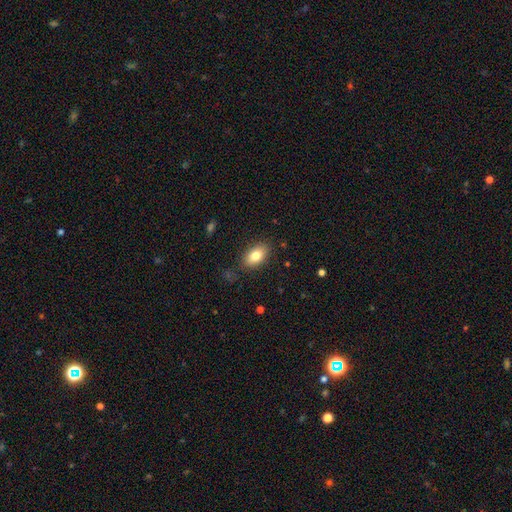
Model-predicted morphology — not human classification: Q: Smooth or featured?
A: smooth (80%); runner-up: featured or disk (12%)
Q: How rounded?
A: in between (91%); runner-up: round (7%)
Q: Merging?
A: none (84%); runner-up: minor disturbance (11%)